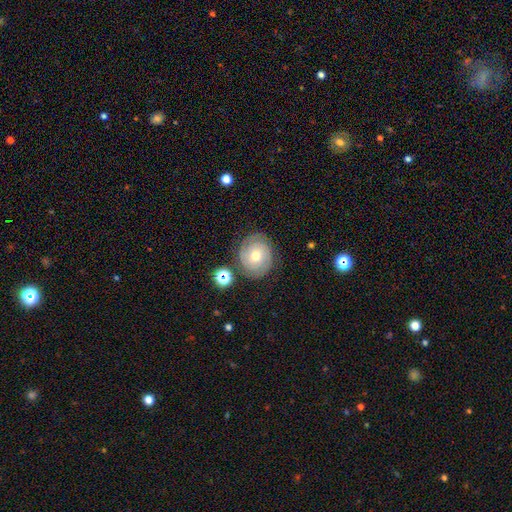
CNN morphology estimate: The model was most divided on "smooth or featured": featured or disk: 59%, smooth: 30%, star or artifact: 11%. More confident: edge-on disk — no (97%); spiral arms — yes (85%); bar — no (79%); merging — none (79%); bulge size — moderate (65%).